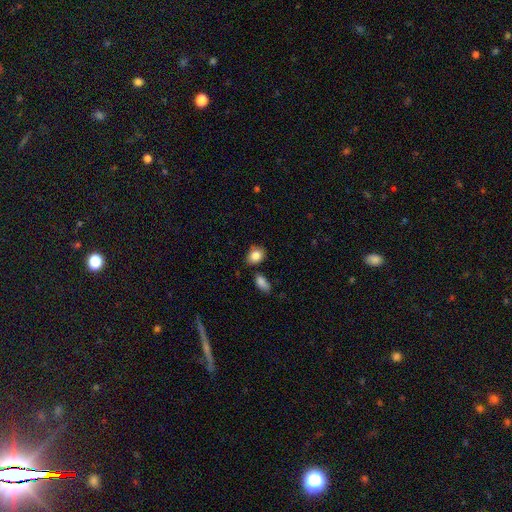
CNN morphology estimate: Smooth or featured? Predicted: smooth (p=0.85). How rounded? Predicted: in between (p=0.58). Merging? Predicted: none (p=0.74).